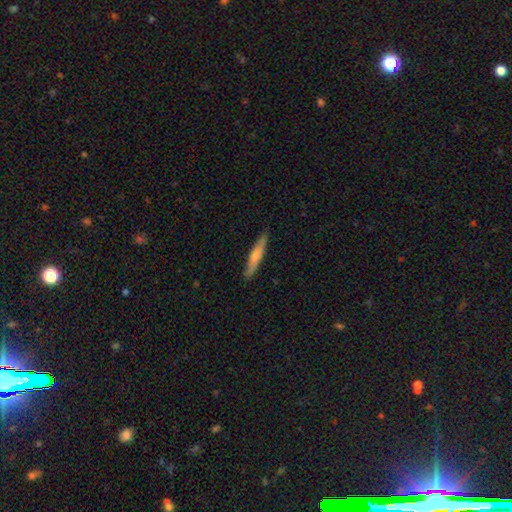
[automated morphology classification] Q: Smooth or featured?
A: smooth (64%); runner-up: featured or disk (31%)
Q: How rounded?
A: cigar-shaped (91%); runner-up: in between (8%)
Q: Merging?
A: none (88%); runner-up: minor disturbance (9%)